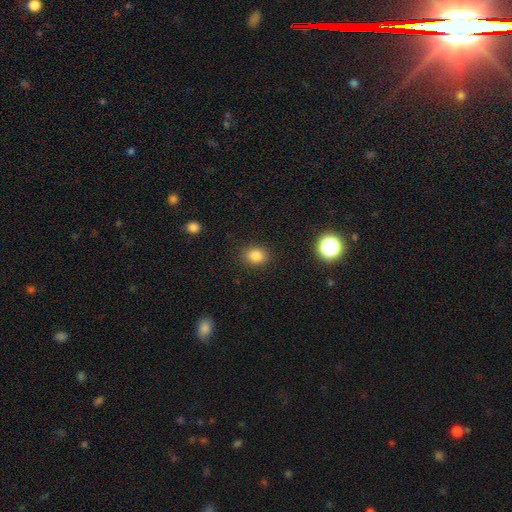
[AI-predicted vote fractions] Smooth or featured? Predicted: smooth (p=0.83). How rounded? Predicted: in between (p=0.54). Merging? Predicted: none (p=0.88).